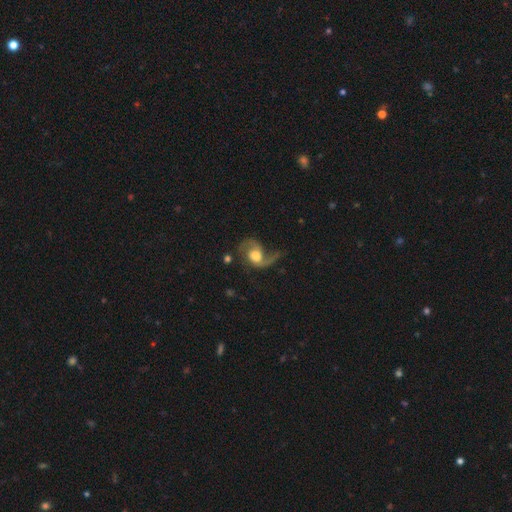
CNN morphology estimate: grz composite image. It shows a featured or disk galaxy (76%) with no bar (63%), 2 (72%) loose (60%) spiral arms (93%) and a large central bulge (42%). Merging: none (42%).